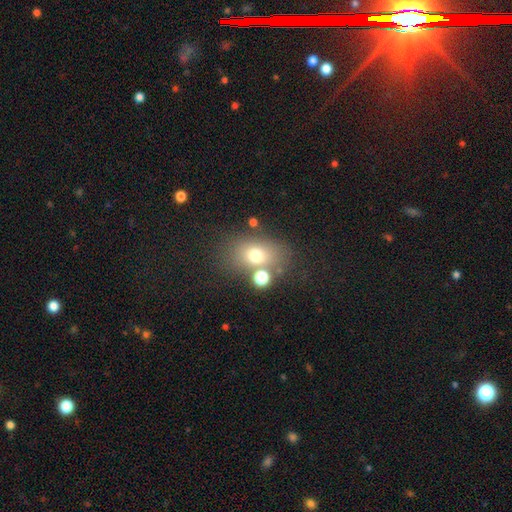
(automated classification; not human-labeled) A smooth galaxy with no disk features (69%) that is in between round and cigar-shaped (66%).

Vote fractions:
- Smooth or featured? smooth: 69% / featured or disk: 16% / star or artifact: 14%
- How rounded? in between: 66% / round: 32% / cigar-shaped: 2%
- Merging? none: 62% / merger: 17% / minor disturbance: 14% / major disturbance: 7%